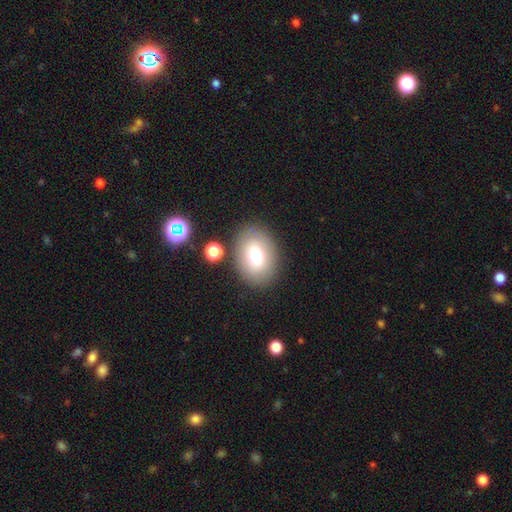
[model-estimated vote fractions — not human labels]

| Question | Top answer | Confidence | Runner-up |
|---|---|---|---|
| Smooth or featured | smooth | 72% | featured or disk (17%) |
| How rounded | in between | 70% | round (29%) |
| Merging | none | 81% | minor disturbance (10%) |